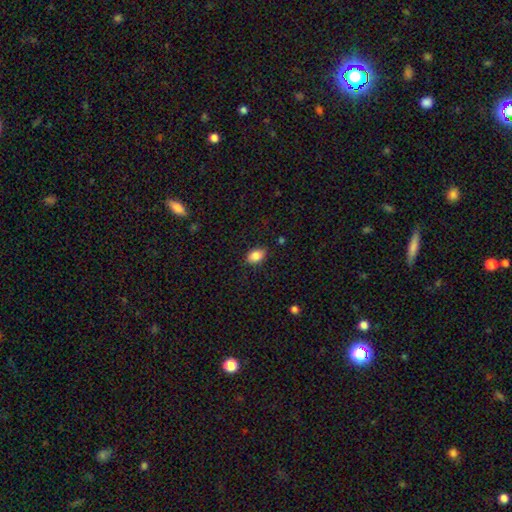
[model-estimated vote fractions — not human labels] Smooth or featured: smooth — 85% (star or artifact — 8%)
How rounded: in between — 84% (round — 14%)
Merging: none — 85% (minor disturbance — 11%)